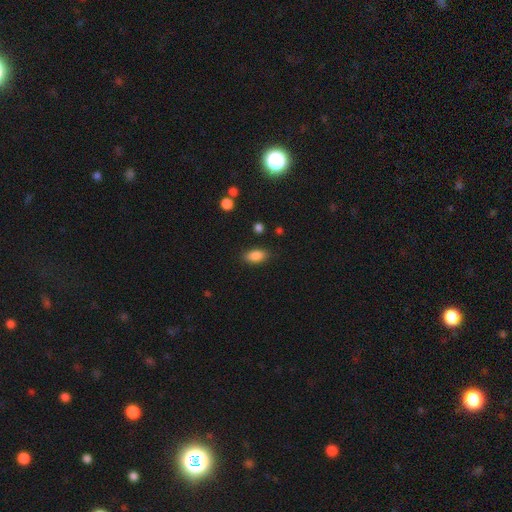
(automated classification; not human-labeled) smooth_or_featured: smooth (p=0.86) [alt: star or artifact p=0.08]
how_rounded: in between (p=0.89) [alt: round p=0.06]
merging: none (p=0.85) [alt: minor disturbance p=0.11]